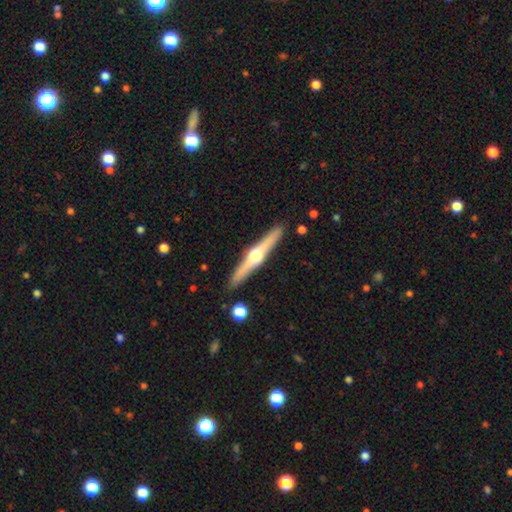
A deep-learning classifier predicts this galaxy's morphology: Smooth or featured: featured or disk — 75% (smooth — 20%)
Edge-on disk: yes — 98% (no — 2%)
Edge-on bulge: rounded — 95% (boxy — 3%)
Merging: none — 90% (minor disturbance — 7%)